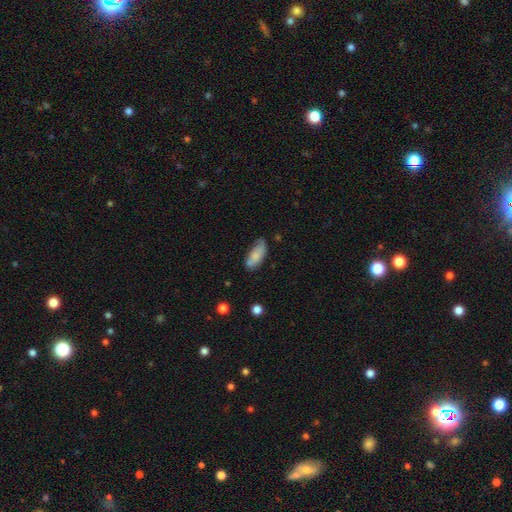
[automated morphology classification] Smooth or featured: smooth — 75% (featured or disk — 18%)
How rounded: in between — 82% (cigar-shaped — 16%)
Merging: none — 56% (minor disturbance — 30%)